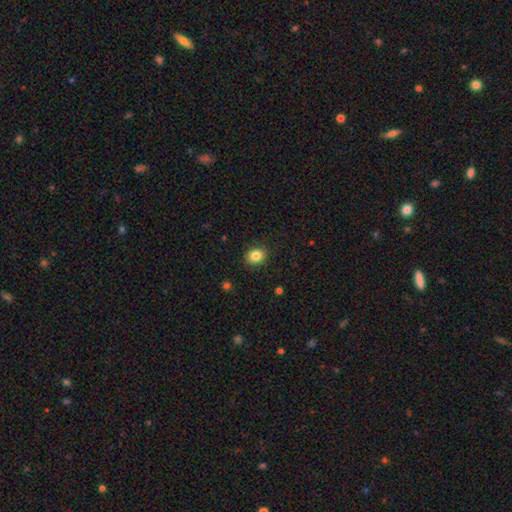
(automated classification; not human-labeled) A smooth galaxy with no disk features (84%) that is round (58%). Merging: none (89%).